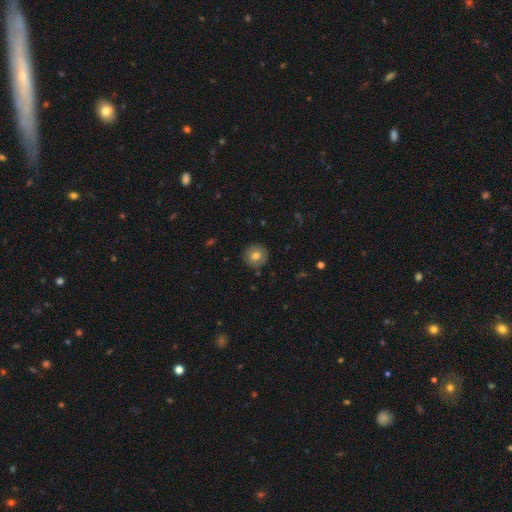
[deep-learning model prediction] Smooth or featured? Predicted: smooth (p=0.76). How rounded? Predicted: round (p=0.94). Merging? Predicted: none (p=0.88).